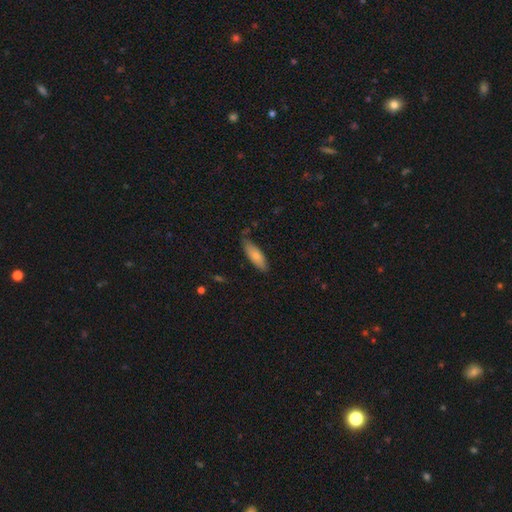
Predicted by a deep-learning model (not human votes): The model was most divided on "how rounded": in between: 56%, cigar-shaped: 42%, round: 2%. More confident: smooth or featured — smooth (76%); merging — none (72%).